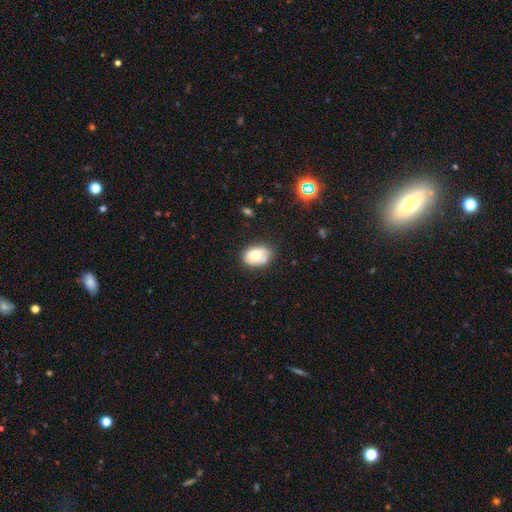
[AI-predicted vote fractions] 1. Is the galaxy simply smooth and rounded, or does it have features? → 64% smooth, 27% featured or disk, 9% star or artifact.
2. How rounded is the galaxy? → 76% in between, 23% round, 1% cigar-shaped.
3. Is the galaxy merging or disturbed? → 70% none, 22% minor disturbance, 5% major disturbance, 3% merger.